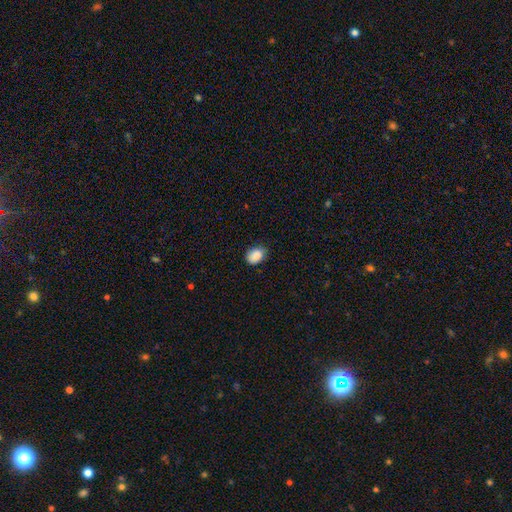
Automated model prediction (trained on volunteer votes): Smooth or featured? smooth (88%)
How rounded? in between (75%)
Merging? none (74%)